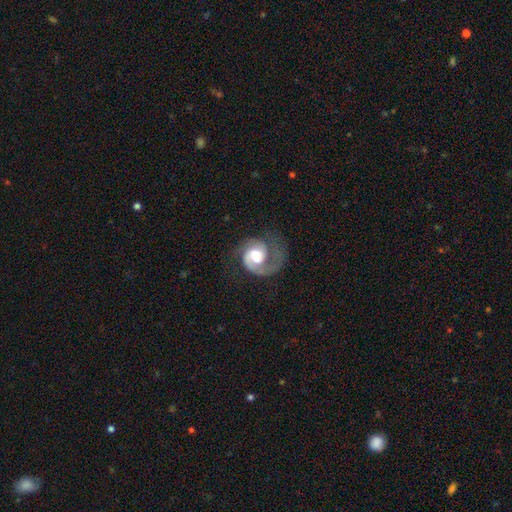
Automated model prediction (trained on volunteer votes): Smooth or featured: featured or disk — 84% (smooth — 11%)
Edge-on disk: no — 98% (yes — 2%)
Bar: weak — 45% (no — 44%)
Spiral arms: yes — 96% (no — 4%)
Spiral winding: medium — 45% (tight — 34%)
Spiral arm count: 1 — 62% (2 — 31%)
Bulge size: moderate — 48% (large — 33%)
Merging: none — 47% (major disturbance — 32%)